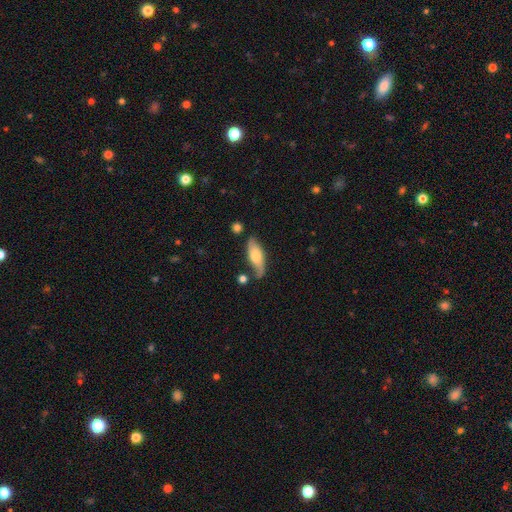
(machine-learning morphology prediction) The model was most divided on "smooth or featured": smooth: 56%, featured or disk: 38%, star or artifact: 6%. More confident: how rounded — in between (70%); merging — none (62%).